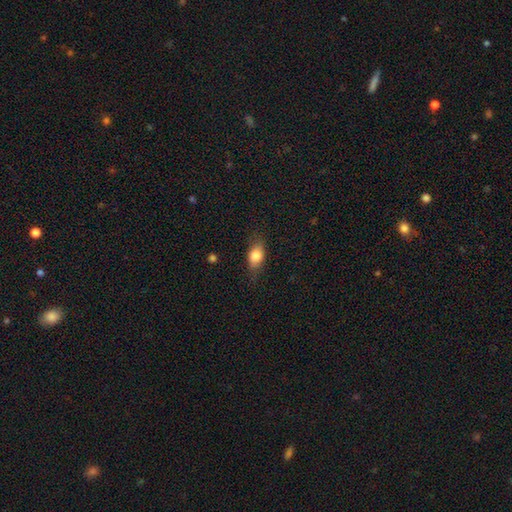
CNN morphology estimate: Smooth or featured? Predicted: smooth (p=0.79). How rounded? Predicted: in between (p=0.80). Merging? Predicted: none (p=0.75).